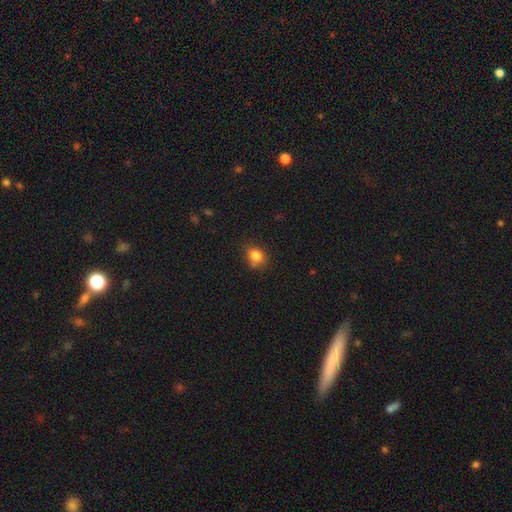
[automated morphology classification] type=smooth (82%); roundness=round (56%); merging=none (69%).